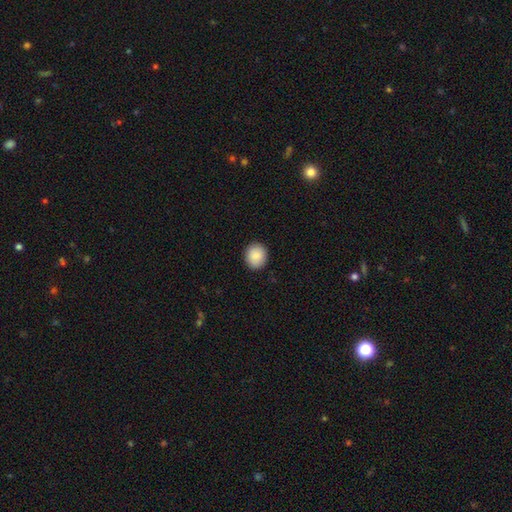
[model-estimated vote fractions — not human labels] Smooth or featured?
  - smooth: 89% *
  - star or artifact: 7%
  - featured or disk: 4%
How rounded?
  - round: 76% *
  - in between: 23%
  - cigar-shaped: 1%
Merging?
  - none: 91% *
  - minor disturbance: 7%
  - major disturbance: 2%
  - merger: 1%